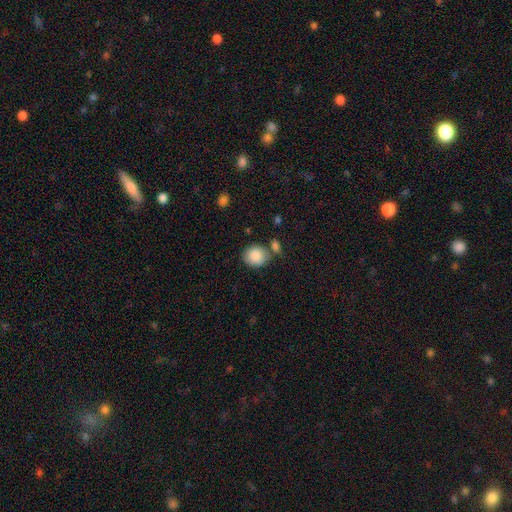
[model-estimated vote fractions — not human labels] Smooth or featured: smooth — 87% (star or artifact — 7%)
How rounded: round — 75% (in between — 24%)
Merging: none — 69% (merger — 14%)